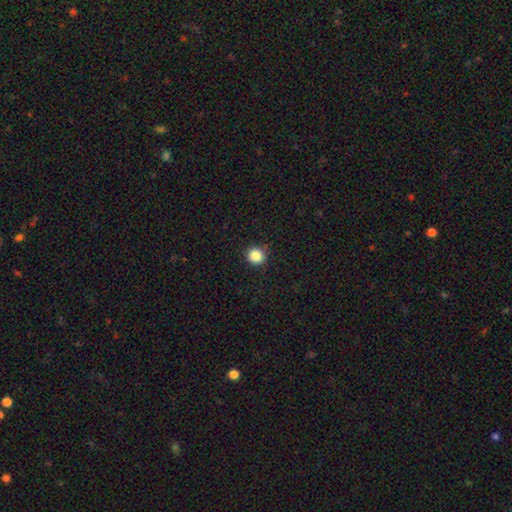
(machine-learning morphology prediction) Q: Smooth or featured?
A: smooth (85%); runner-up: star or artifact (11%)
Q: How rounded?
A: round (94%); runner-up: in between (5%)
Q: Merging?
A: none (89%); runner-up: minor disturbance (8%)